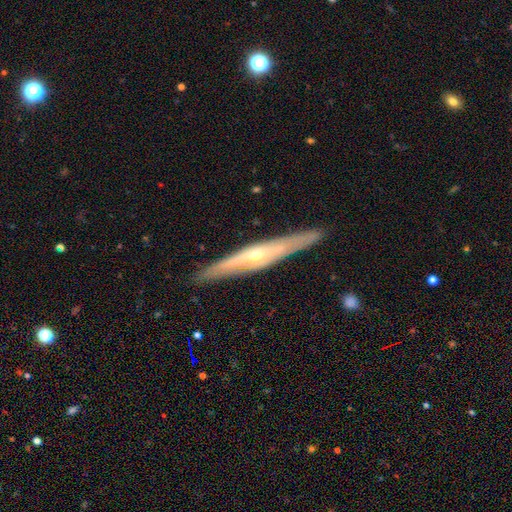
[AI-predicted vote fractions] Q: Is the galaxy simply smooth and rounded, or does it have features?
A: featured or disk — 75%.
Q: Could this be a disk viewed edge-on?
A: yes — 91%.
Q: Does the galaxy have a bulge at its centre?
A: rounded — 77%.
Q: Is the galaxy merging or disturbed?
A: none — 90%.